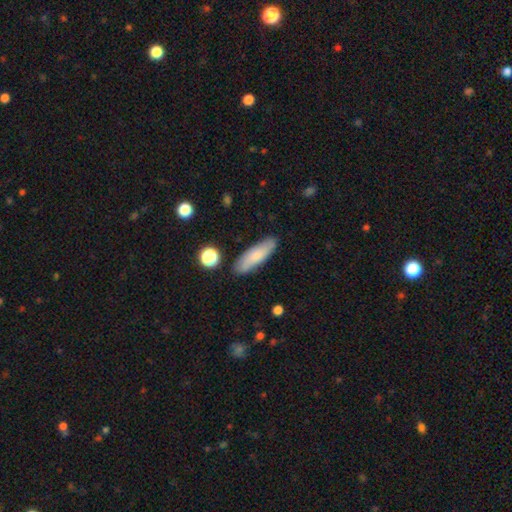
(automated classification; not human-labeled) Smooth or featured?
  - smooth: 74% *
  - featured or disk: 19%
  - star or artifact: 7%
How rounded?
  - cigar-shaped: 52% *
  - in between: 46%
  - round: 2%
Merging?
  - none: 84% *
  - minor disturbance: 11%
  - major disturbance: 2%
  - merger: 2%